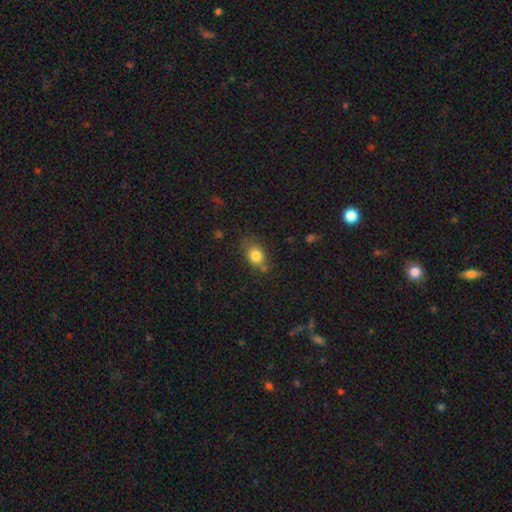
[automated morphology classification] This is clearly a smooth galaxy (81%). How rounded: likely in between (67%). Merging: likely none (66%).